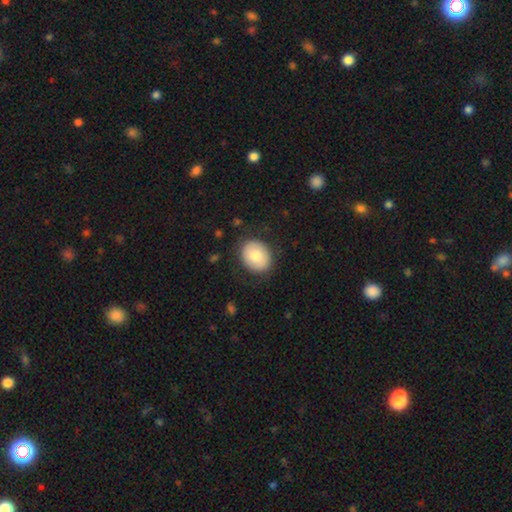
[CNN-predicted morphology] Smooth or featured? Predicted: smooth (p=0.77). How rounded? Predicted: round (p=0.56). Merging? Predicted: none (p=0.83).